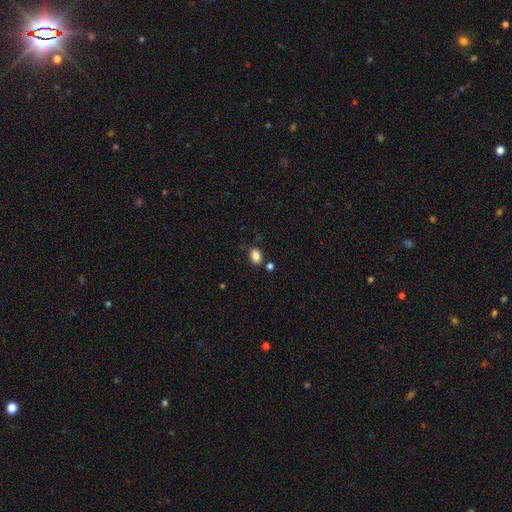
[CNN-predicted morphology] smooth 85%, star or artifact 10%, featured or disk 5%. Down the decision tree: how rounded — in between (82%); merging — none (76%).